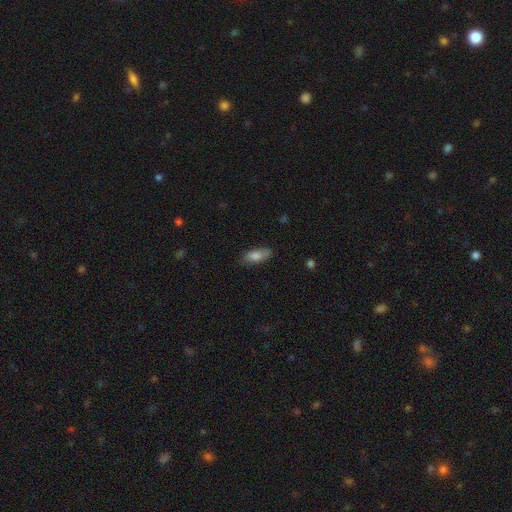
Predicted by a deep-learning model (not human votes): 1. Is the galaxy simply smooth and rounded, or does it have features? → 80% smooth, 13% featured or disk, 7% star or artifact.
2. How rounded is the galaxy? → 78% in between, 20% cigar-shaped, 2% round.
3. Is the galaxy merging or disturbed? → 76% none, 19% minor disturbance, 4% major disturbance, 2% merger.